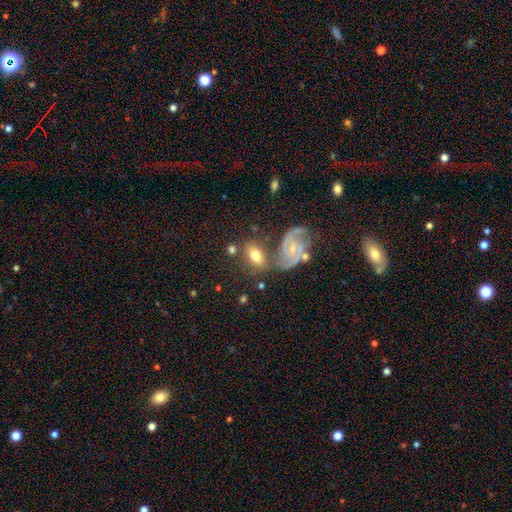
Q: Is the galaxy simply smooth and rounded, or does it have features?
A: smooth — 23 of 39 (59%).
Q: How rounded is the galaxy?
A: in between — 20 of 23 (87%).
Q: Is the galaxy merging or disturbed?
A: none — 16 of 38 (42%).